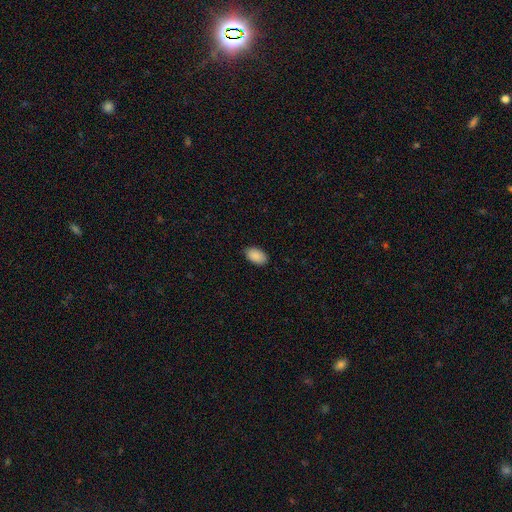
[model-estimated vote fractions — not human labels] A smooth galaxy with no disk features (91%) that is in between round and cigar-shaped (94%).

Vote fractions:
- Smooth or featured? smooth: 91% / star or artifact: 7% / featured or disk: 3%
- How rounded? in between: 94% / round: 5% / cigar-shaped: 1%
- Merging? none: 88% / minor disturbance: 9% / major disturbance: 2% / merger: 1%